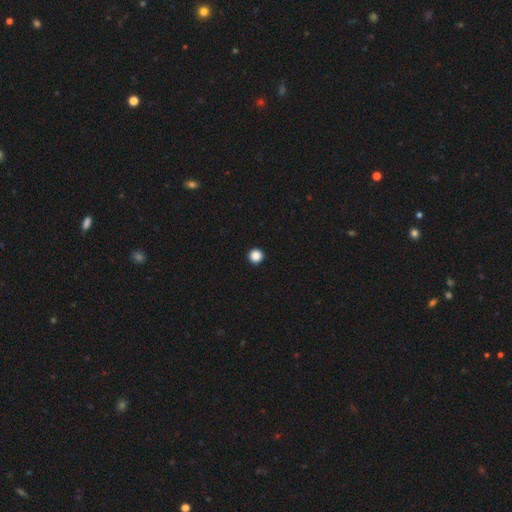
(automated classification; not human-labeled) smooth-or-featured: smooth: 87% | star or artifact: 11% | featured or disk: 2%
  how-rounded: round: 97% | in between: 2% | cigar-shaped: 1%
  merging: none: 94% | minor disturbance: 3% | major disturbance: 1% | merger: 1%